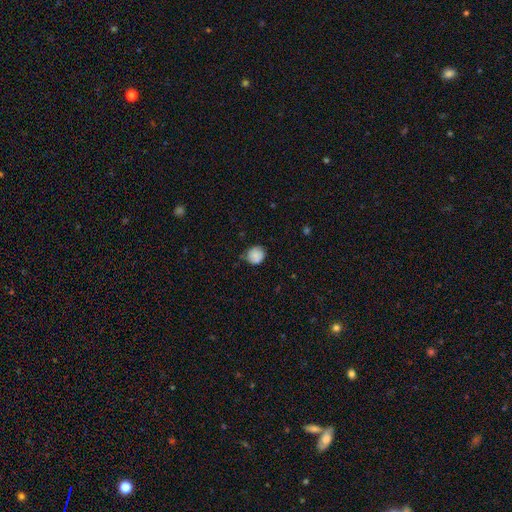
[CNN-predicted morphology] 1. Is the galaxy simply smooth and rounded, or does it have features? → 82% smooth, 9% featured or disk, 8% star or artifact.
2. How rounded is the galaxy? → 83% round, 16% in between, 1% cigar-shaped.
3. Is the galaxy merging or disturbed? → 66% none, 28% minor disturbance, 4% major disturbance, 2% merger.